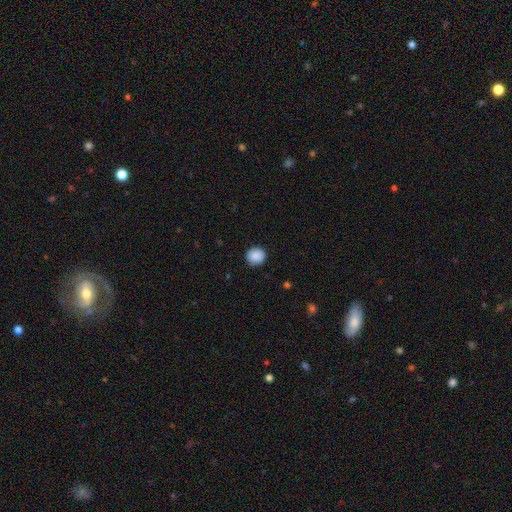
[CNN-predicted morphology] Smooth or featured? smooth (89%)
How rounded? round (86%)
Merging? none (89%)